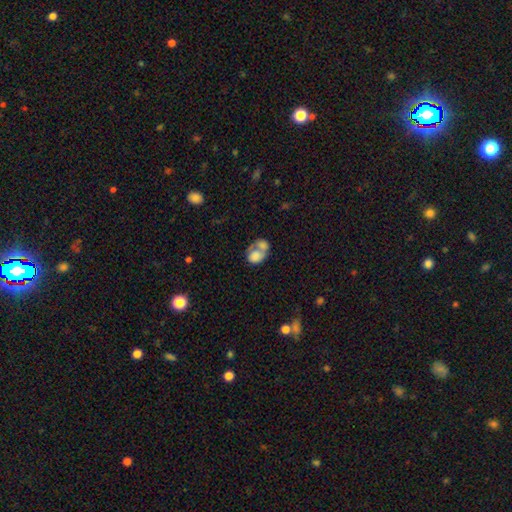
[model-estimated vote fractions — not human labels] Q: Smooth or featured?
A: smooth (69%); runner-up: featured or disk (22%)
Q: How rounded?
A: in between (57%); runner-up: round (42%)
Q: Merging?
A: merger (63%); runner-up: none (18%)